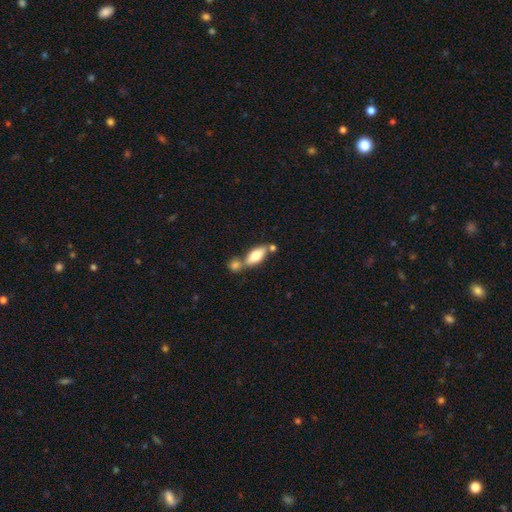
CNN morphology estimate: A smooth galaxy with no disk features (71%) that is in between round and cigar-shaped (79%). Merging: none (45%).